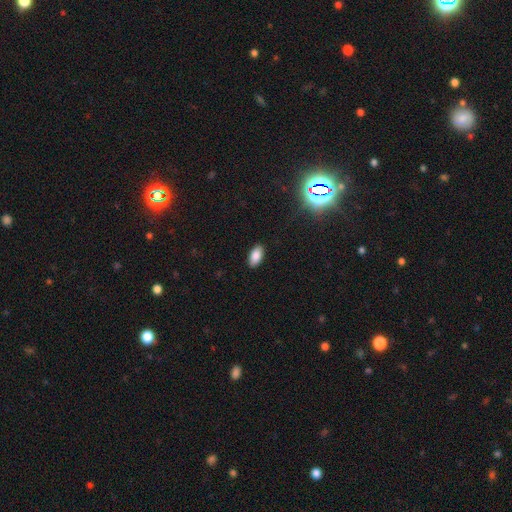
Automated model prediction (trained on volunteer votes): Overall: smooth (85%). How rounded: in between (93%). Merging: none (89%).